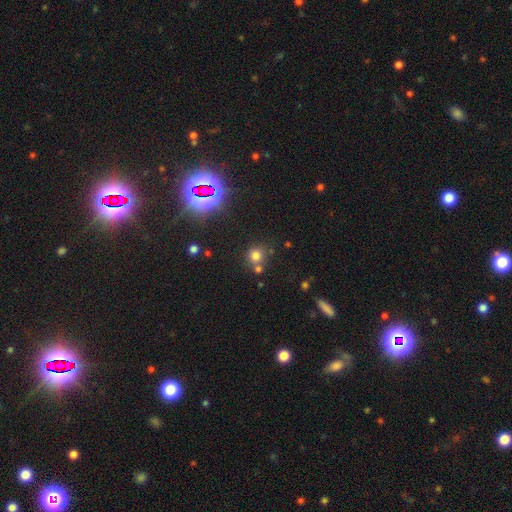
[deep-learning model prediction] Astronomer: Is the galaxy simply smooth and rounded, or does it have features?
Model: smooth — 72%.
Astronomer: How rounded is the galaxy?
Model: round — 89%.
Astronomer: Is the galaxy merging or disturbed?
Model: none — 64%.